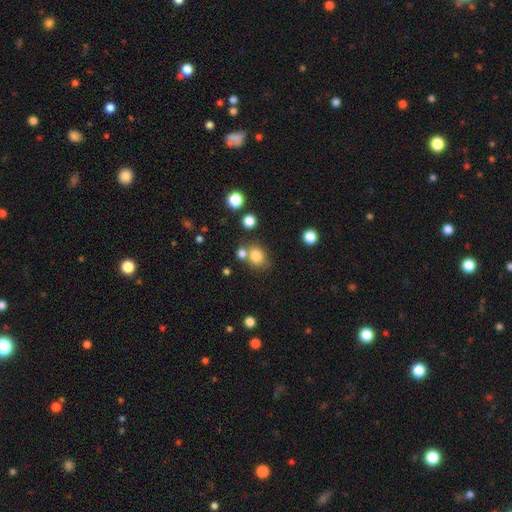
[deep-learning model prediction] Smooth or featured: smooth — 80% (star or artifact — 12%)
How rounded: round — 67% (in between — 32%)
Merging: none — 60% (merger — 24%)